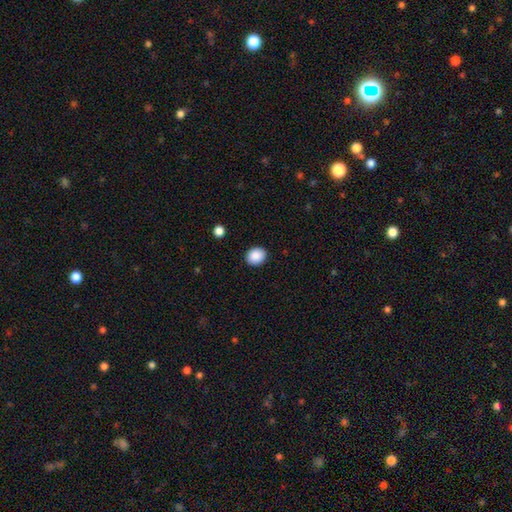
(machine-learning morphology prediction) Smooth or featured? Predicted: smooth (p=0.89). How rounded? Predicted: round (p=0.65). Merging? Predicted: none (p=0.91).